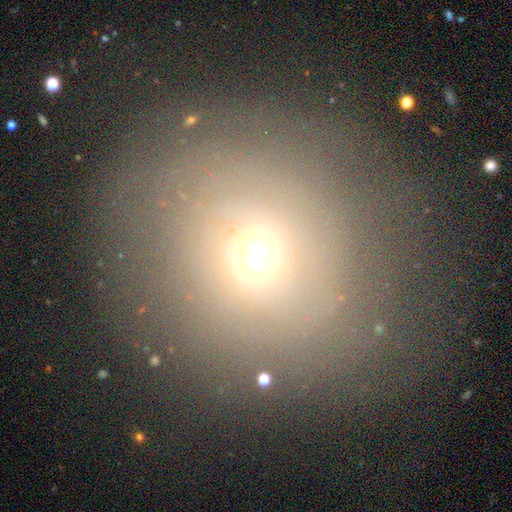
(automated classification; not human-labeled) smooth-or-featured: smooth: 52% | featured or disk: 29% | star or artifact: 19%
  how-rounded: round: 81% | in between: 18% | cigar-shaped: 1%
  merging: none: 71% | minor disturbance: 15% | major disturbance: 11% | merger: 3%